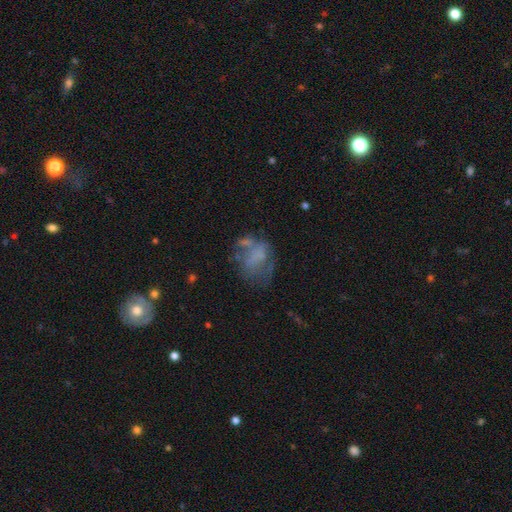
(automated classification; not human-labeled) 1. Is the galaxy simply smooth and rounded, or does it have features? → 45% featured or disk, 40% smooth, 15% star or artifact.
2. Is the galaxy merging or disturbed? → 36% none, 32% major disturbance, 21% minor disturbance, 10% merger.